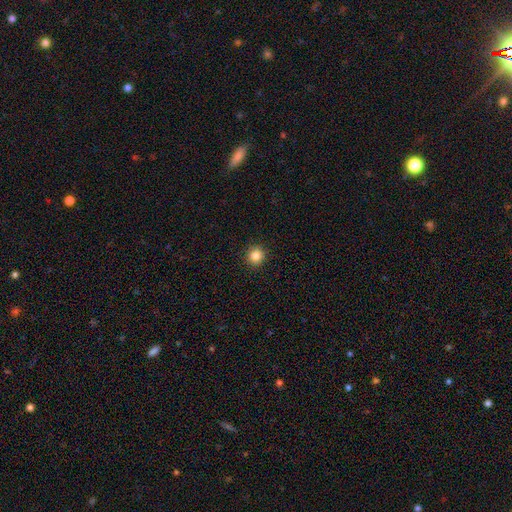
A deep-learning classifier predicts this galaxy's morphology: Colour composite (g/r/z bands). It shows a smooth galaxy with no disk features (85%) that is round (93%). Merging: none (93%).